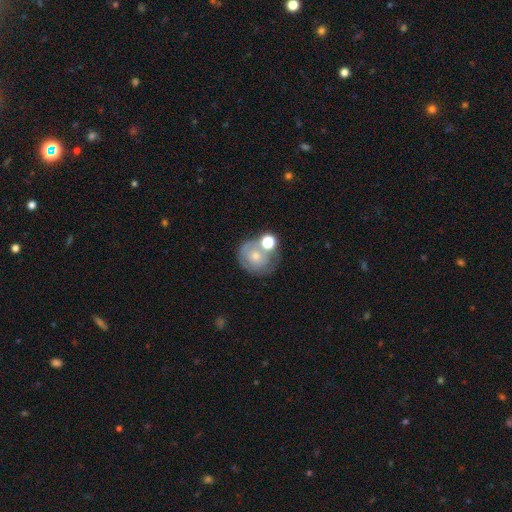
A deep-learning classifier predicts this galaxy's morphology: The model was most divided on "smooth or featured": smooth: 52%, featured or disk: 38%, star or artifact: 10%. Remaining: how rounded — round (78%); merging — none (45%).